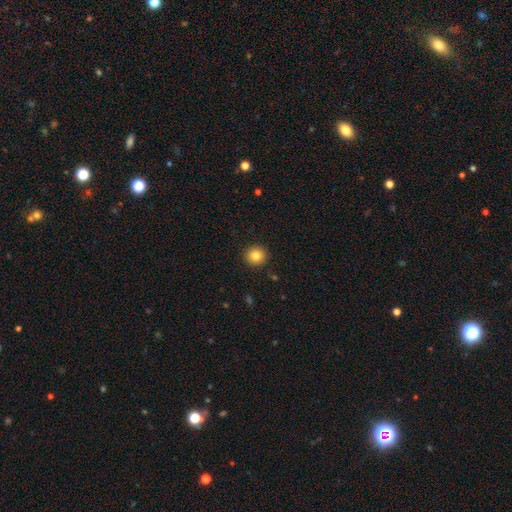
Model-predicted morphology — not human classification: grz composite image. It shows a smooth galaxy with no disk features (84%) that is round (92%). Merging: none (92%).